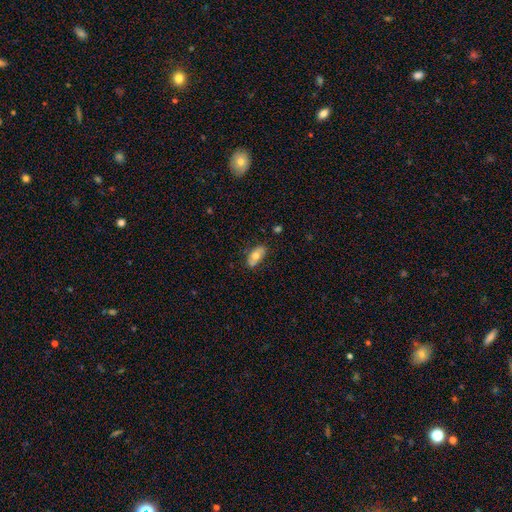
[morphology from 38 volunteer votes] Volunteers were most divided on "smooth or featured": smooth: 53%, featured or disk: 39%, star or artifact: 8%. More confident: how rounded — in between (95%); merging — none (66%).